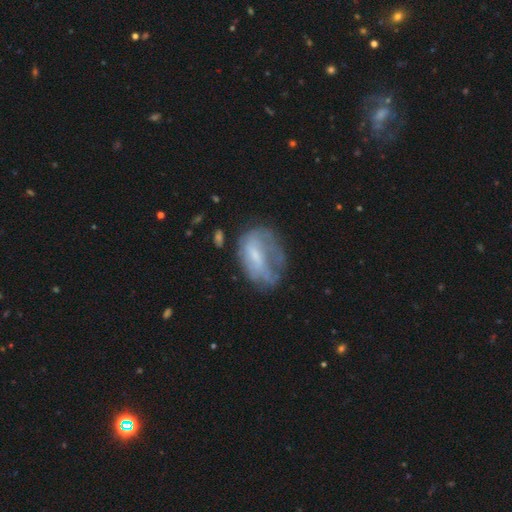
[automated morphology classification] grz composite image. It shows a featured or disk galaxy (49%). Merging: none (41%).